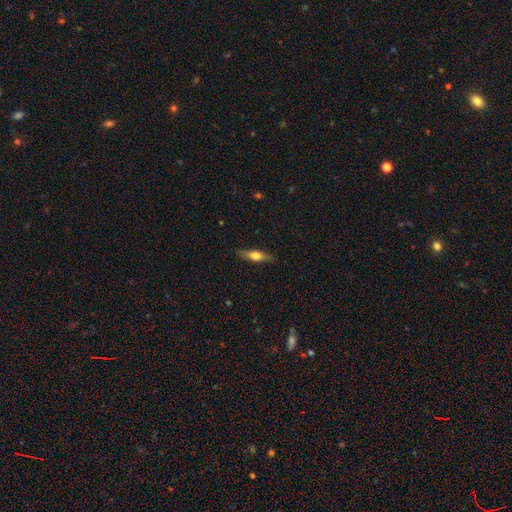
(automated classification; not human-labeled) Smooth or featured?
  - smooth: 55% *
  - featured or disk: 39%
  - star or artifact: 6%
How rounded?
  - cigar-shaped: 62% *
  - in between: 35%
  - round: 3%
Merging?
  - none: 86% *
  - minor disturbance: 11%
  - major disturbance: 2%
  - merger: 1%